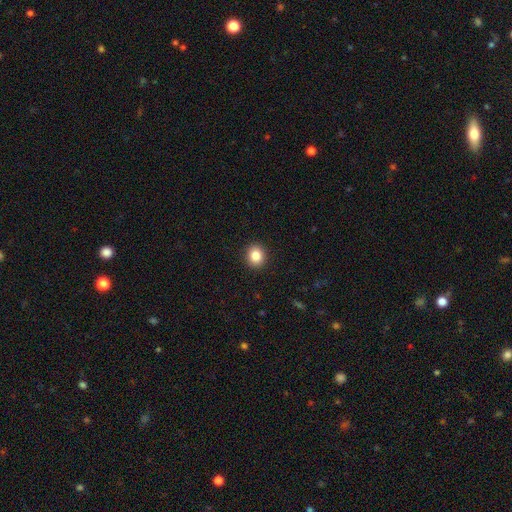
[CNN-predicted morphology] The model was most divided on "how rounded": round: 76%, in between: 23%, cigar-shaped: 1%. More confident: merging — none (92%); smooth or featured — smooth (85%).